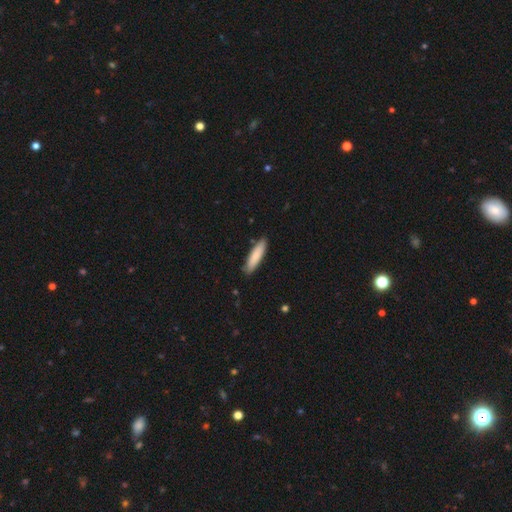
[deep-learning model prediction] Morphology: type=smooth (82%); roundness=cigar-shaped (72%); merging=none (87%).